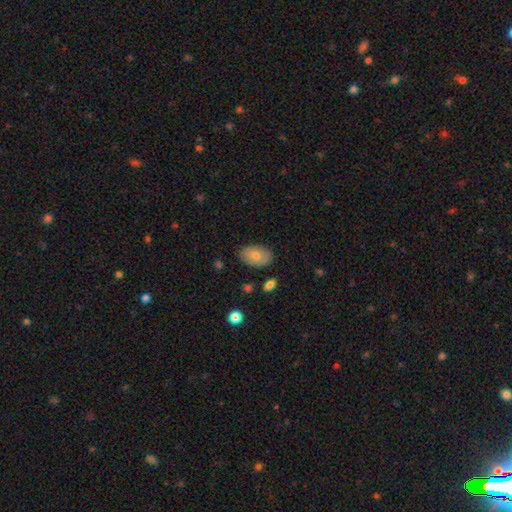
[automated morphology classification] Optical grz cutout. It shows a smooth galaxy with no disk features (70%) that is in between round and cigar-shaped (88%). Merging: none (78%).